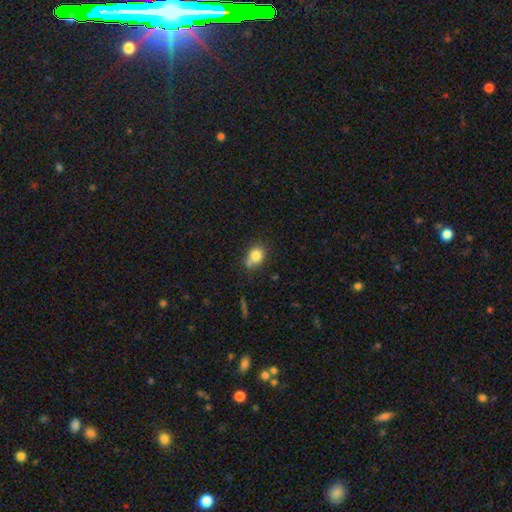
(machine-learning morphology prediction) smooth-or-featured: smooth: 81% | star or artifact: 10% | featured or disk: 9%
  how-rounded: round: 52% | in between: 47% | cigar-shaped: 1%
  merging: none: 59% | minor disturbance: 21% | merger: 14% | major disturbance: 5%